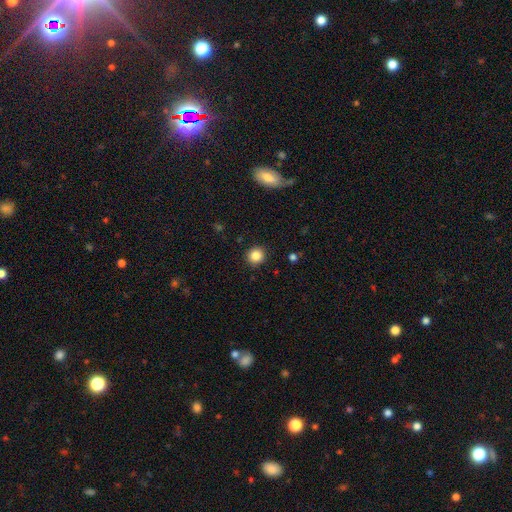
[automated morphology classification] smooth-or-featured: smooth: 84% | star or artifact: 11% | featured or disk: 5%
  how-rounded: round: 92% | in between: 7% | cigar-shaped: 1%
  merging: none: 91% | minor disturbance: 6% | major disturbance: 2% | merger: 1%